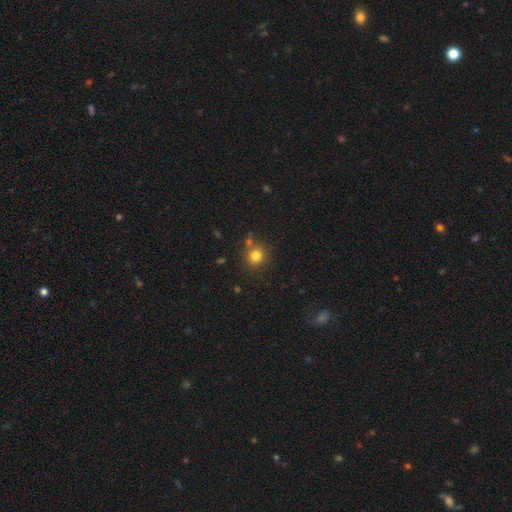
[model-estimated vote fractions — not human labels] A smooth galaxy with no disk features (80%) that is round (91%).

Vote fractions:
- Smooth or featured? smooth: 80% / star or artifact: 13% / featured or disk: 6%
- How rounded? round: 91% / in between: 8% / cigar-shaped: 1%
- Merging? none: 79% / minor disturbance: 9% / merger: 9% / major disturbance: 3%